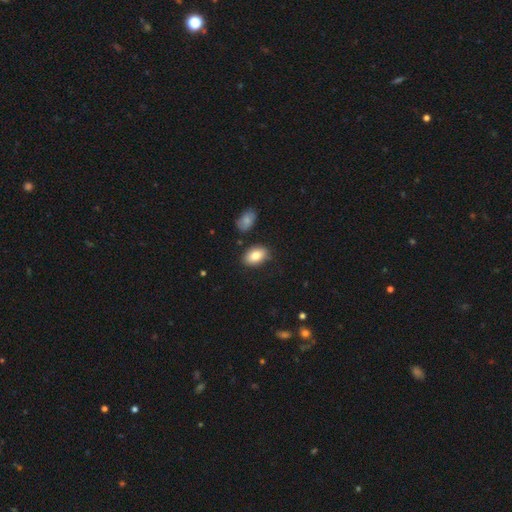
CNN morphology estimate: smooth-or-featured: smooth: 82% | featured or disk: 10% | star or artifact: 7%
  how-rounded: in between: 90% | round: 9% | cigar-shaped: 1%
  merging: none: 82% | minor disturbance: 12% | merger: 3% | major disturbance: 3%